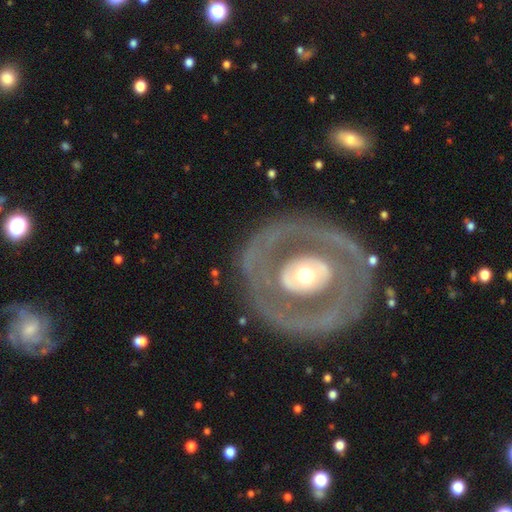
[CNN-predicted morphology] Overall: featured or disk (73%). Edge-on disk: no (94%). Bar: no (77%). Spiral arms: no (71%). Bulge size: moderate (56%; large 25%). Merging: none (78%).